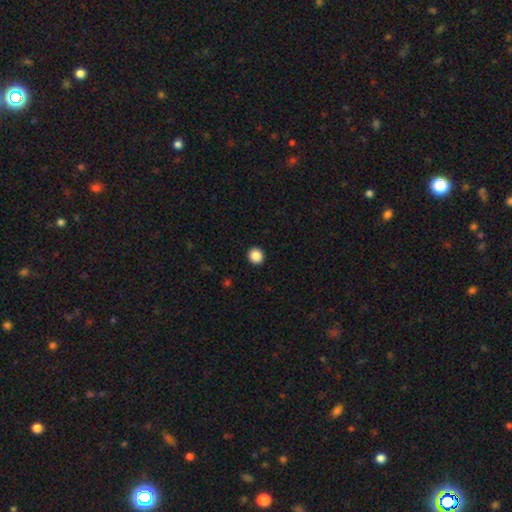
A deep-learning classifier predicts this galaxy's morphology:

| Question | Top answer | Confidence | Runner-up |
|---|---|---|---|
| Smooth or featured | smooth | 88% | star or artifact (9%) |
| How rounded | round | 91% | in between (8%) |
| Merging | none | 93% | minor disturbance (4%) |